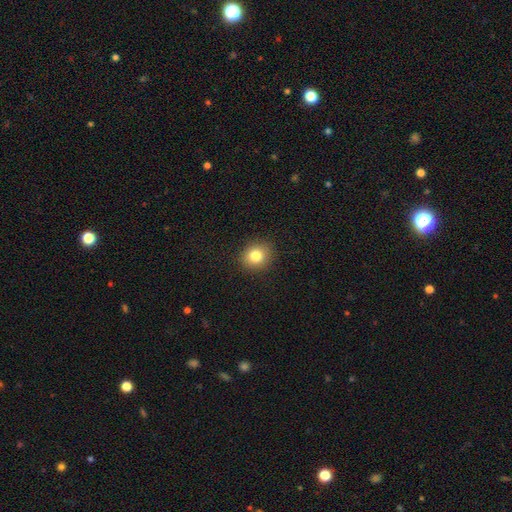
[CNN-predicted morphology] smooth-or-featured: smooth: 81% | star or artifact: 11% | featured or disk: 7%
  how-rounded: round: 78% | in between: 21% | cigar-shaped: 1%
  merging: none: 90% | minor disturbance: 7% | major disturbance: 2% | merger: 1%